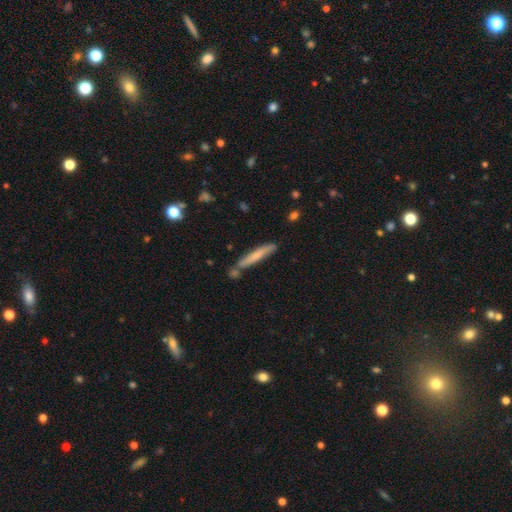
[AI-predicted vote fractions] Smooth or featured?
  - smooth: 64% *
  - featured or disk: 30%
  - star or artifact: 6%
How rounded?
  - cigar-shaped: 94% *
  - in between: 4%
  - round: 1%
Merging?
  - none: 76% *
  - minor disturbance: 13%
  - merger: 9%
  - major disturbance: 2%